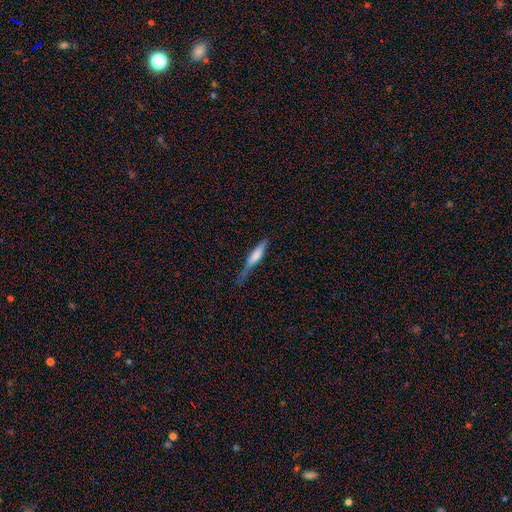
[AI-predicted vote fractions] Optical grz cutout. It shows a smooth galaxy with no disk features (66%) that is cigar-shaped (84%). Merging: none (46%).